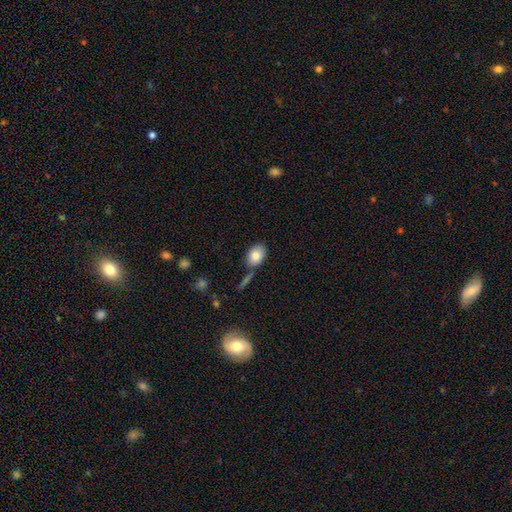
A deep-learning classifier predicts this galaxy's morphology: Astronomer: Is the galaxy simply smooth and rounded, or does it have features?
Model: smooth — 82%.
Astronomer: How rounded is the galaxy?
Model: in between — 83%.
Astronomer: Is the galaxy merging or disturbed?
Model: none — 69%.